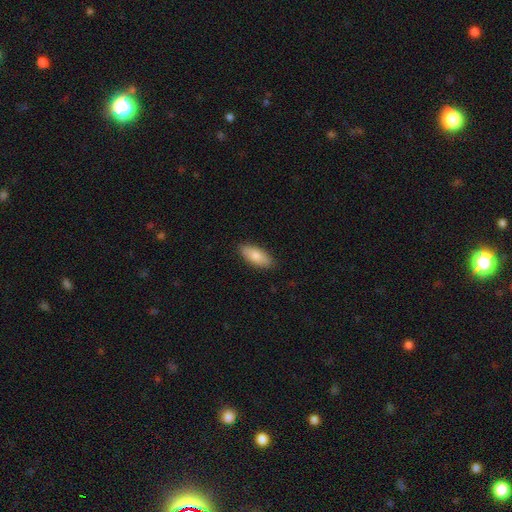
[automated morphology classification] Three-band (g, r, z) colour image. It shows a smooth galaxy with no disk features (81%) that is in between round and cigar-shaped (84%). Merging: none (88%).